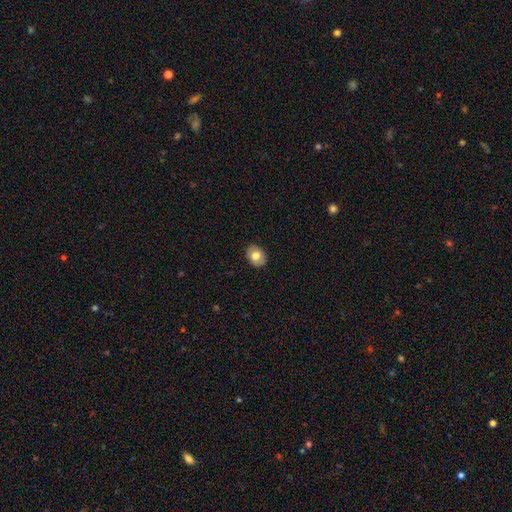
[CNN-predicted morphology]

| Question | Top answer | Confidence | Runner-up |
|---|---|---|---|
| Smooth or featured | smooth | 76% | featured or disk (16%) |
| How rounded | in between | 70% | round (29%) |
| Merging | none | 88% | minor disturbance (9%) |